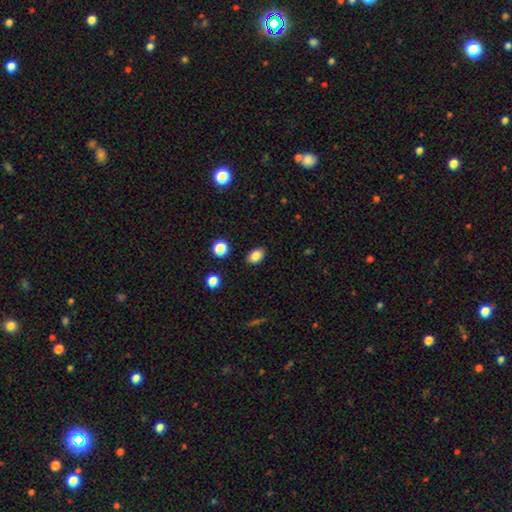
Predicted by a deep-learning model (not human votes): smooth_or_featured: smooth (p=0.84) [alt: star or artifact p=0.10]
how_rounded: in between (p=0.82) [alt: round p=0.17]
merging: none (p=0.87) [alt: minor disturbance p=0.09]